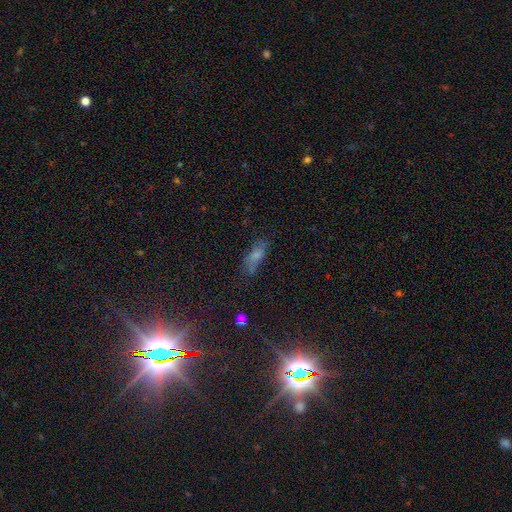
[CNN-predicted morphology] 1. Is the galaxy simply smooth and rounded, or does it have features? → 62% smooth, 19% featured or disk, 19% star or artifact.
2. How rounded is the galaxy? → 68% in between, 27% cigar-shaped, 5% round.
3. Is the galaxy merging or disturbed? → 55% none, 26% minor disturbance, 14% major disturbance, 5% merger.